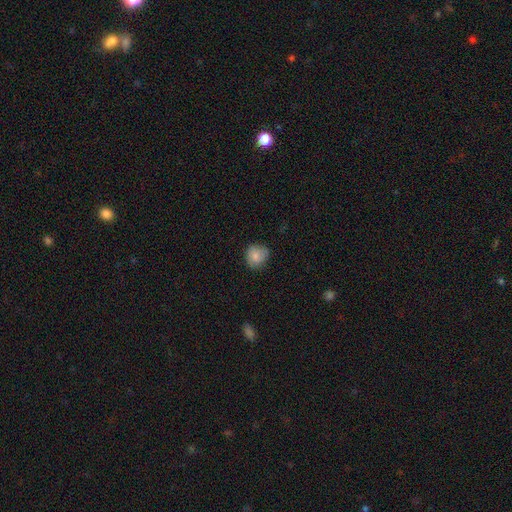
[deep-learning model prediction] Morphology: type=smooth (83%); roundness=round (81%); merging=none (74%).